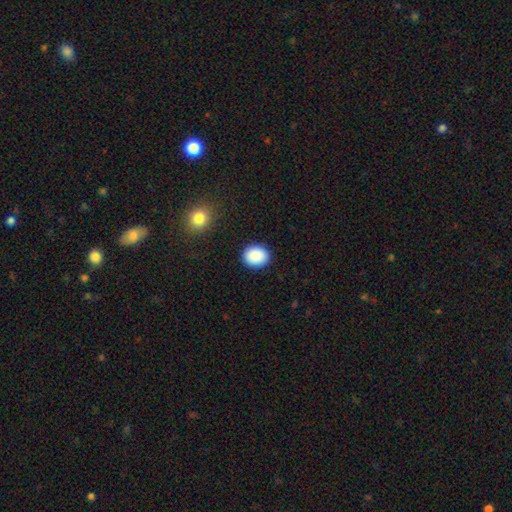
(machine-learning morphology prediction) smooth_or_featured: smooth (p=0.89) [alt: star or artifact p=0.08]
how_rounded: round (p=0.55) [alt: in between p=0.45]
merging: none (p=0.90) [alt: minor disturbance p=0.07]